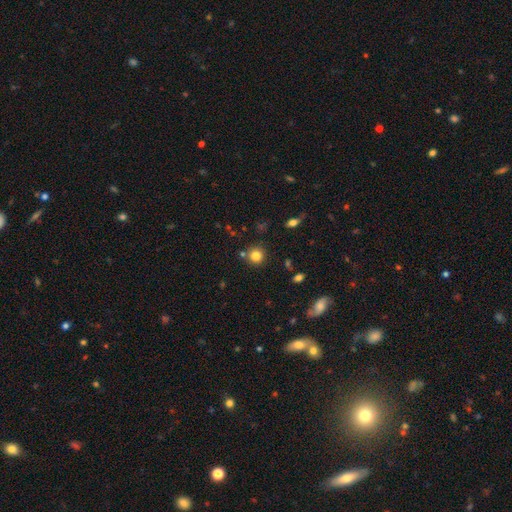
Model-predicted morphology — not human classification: smooth-or-featured: smooth: 82% | star or artifact: 12% | featured or disk: 6%
  how-rounded: round: 92% | in between: 7% | cigar-shaped: 1%
  merging: none: 81% | minor disturbance: 8% | merger: 8% | major disturbance: 3%